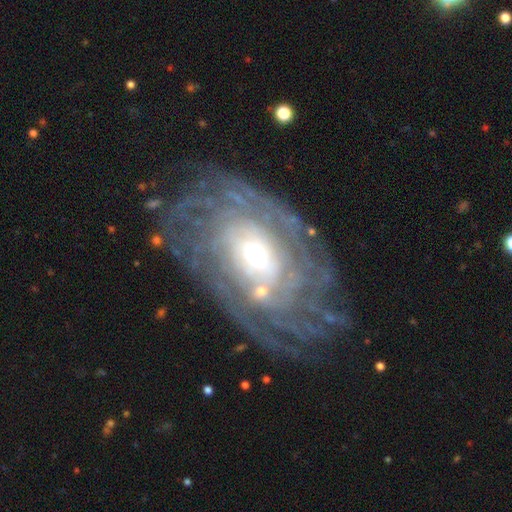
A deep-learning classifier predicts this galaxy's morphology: A featured or disk galaxy (87%) with no bar (57%), tight (74%) spiral arms (94%) and a small central bulge (58%). Merging: none (66%).